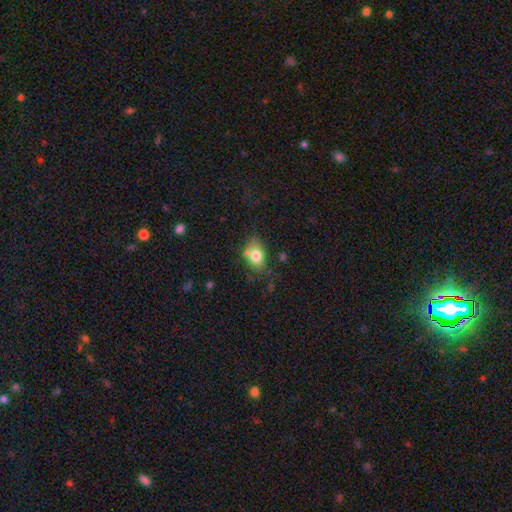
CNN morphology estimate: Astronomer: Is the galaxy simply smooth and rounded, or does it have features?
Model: smooth — 77%.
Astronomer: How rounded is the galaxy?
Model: in between — 71%.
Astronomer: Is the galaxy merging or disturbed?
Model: none — 58%.